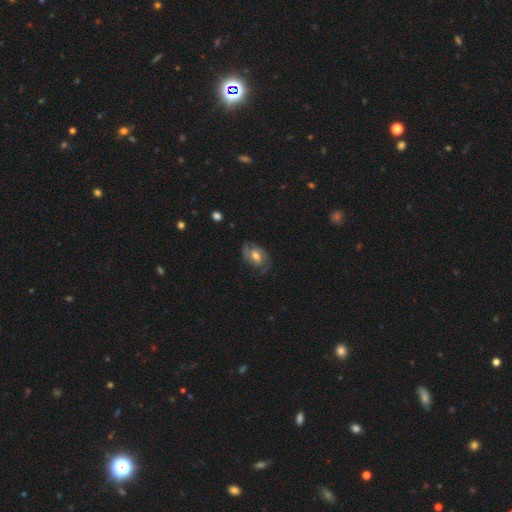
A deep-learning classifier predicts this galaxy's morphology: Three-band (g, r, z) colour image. It shows a featured or disk galaxy (80%) with a weak bar (48%), 2 (80%) medium (47%) spiral arms (94%) and a moderate central bulge (66%). Merging: none (74%).